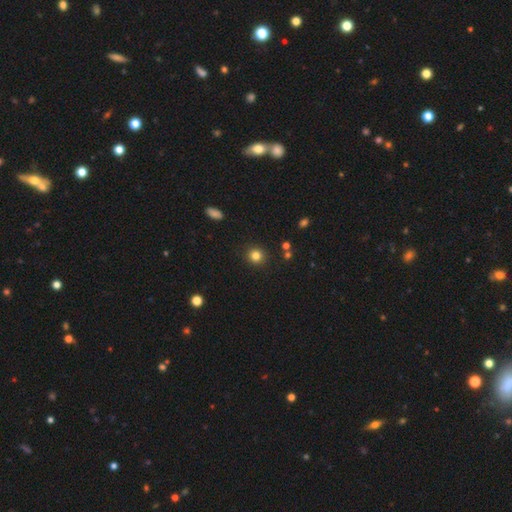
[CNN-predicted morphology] The model was most divided on "smooth or featured": smooth: 81%, star or artifact: 13%, featured or disk: 6%. More confident: merging — none (90%); how rounded — round (89%).